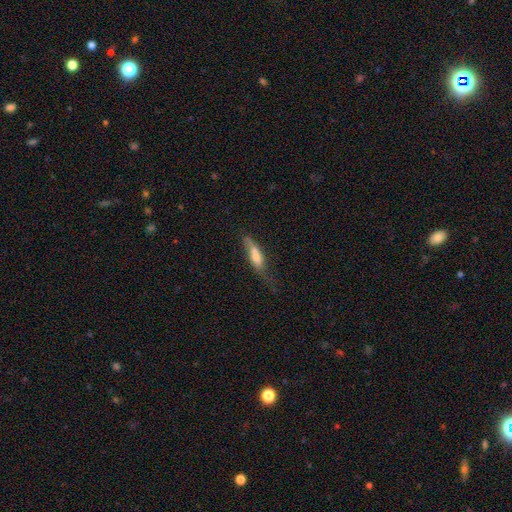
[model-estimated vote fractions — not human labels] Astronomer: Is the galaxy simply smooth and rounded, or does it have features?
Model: smooth — 66%.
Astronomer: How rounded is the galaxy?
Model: cigar-shaped — 62%.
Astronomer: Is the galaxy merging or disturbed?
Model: none — 41% (runner-up: minor disturbance, 32%).